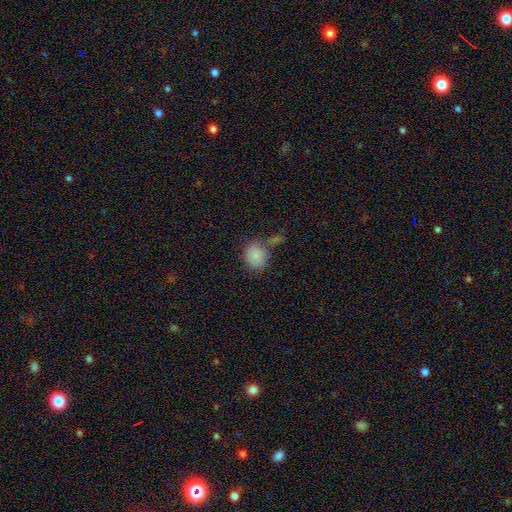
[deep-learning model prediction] Smooth or featured?
  - smooth: 83% *
  - star or artifact: 9%
  - featured or disk: 8%
How rounded?
  - round: 66% *
  - in between: 33%
  - cigar-shaped: 1%
Merging?
  - none: 55% *
  - merger: 21%
  - minor disturbance: 17%
  - major disturbance: 7%